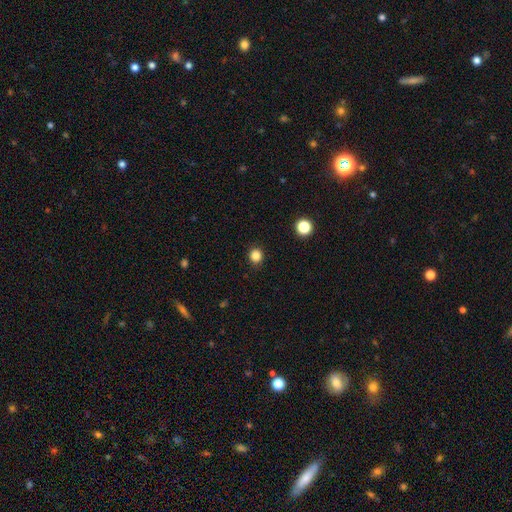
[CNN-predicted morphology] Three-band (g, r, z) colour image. It shows a smooth galaxy with no disk features (84%) that is round (89%). Merging: none (91%).